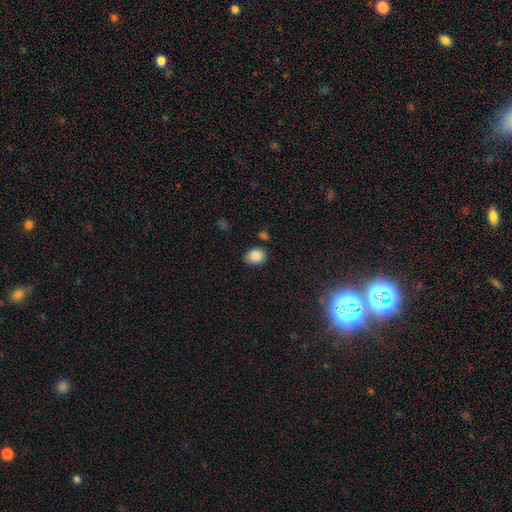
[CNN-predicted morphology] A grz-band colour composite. It shows a smooth galaxy with no disk features (87%) that is in between round and cigar-shaped (58%). Merging: none (78%).